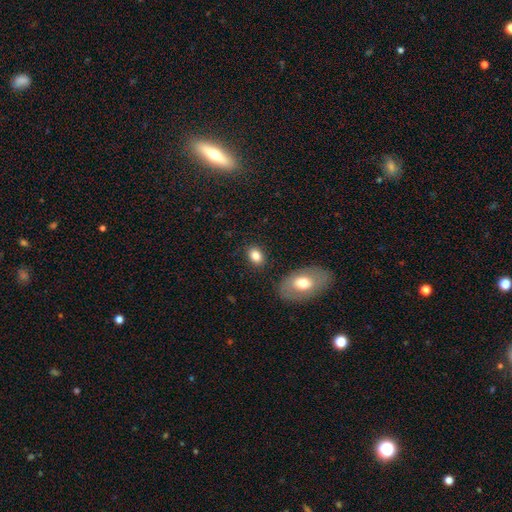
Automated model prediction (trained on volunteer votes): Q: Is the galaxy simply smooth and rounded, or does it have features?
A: smooth — 82%.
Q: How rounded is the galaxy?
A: in between — 72%.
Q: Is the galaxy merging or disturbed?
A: none — 83%.